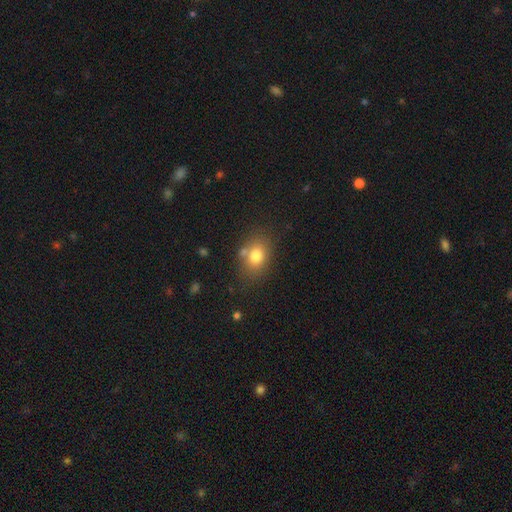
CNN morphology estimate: Overall: smooth (78%). How rounded: in between (65%; round 33%). Merging: none (69%).